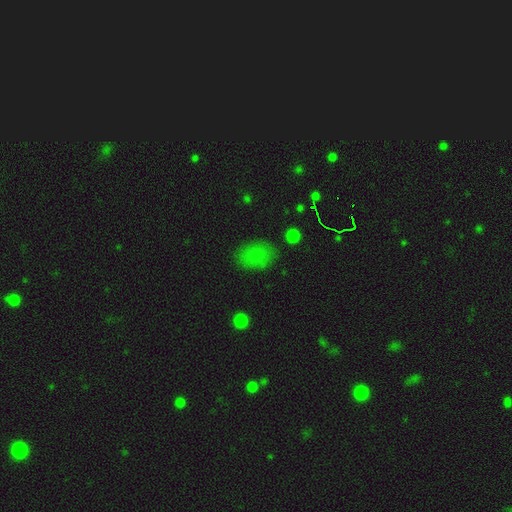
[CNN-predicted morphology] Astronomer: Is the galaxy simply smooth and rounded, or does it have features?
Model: smooth — 73%.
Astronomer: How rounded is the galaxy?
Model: in between — 76%.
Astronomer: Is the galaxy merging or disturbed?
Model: none — 76%.